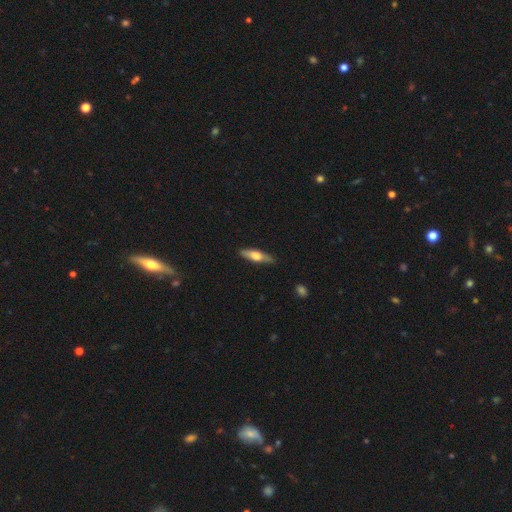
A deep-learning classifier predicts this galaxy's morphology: The model was most divided on "smooth or featured": smooth: 52%, featured or disk: 43%, star or artifact: 5%. More confident: merging — none (84%); how rounded — cigar-shaped (62%).